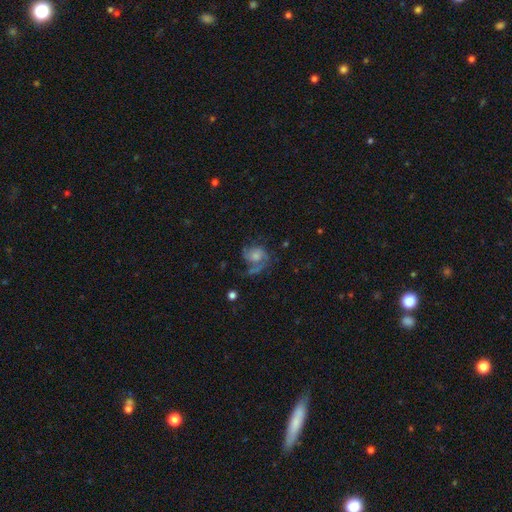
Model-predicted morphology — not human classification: featured or disk 67%, smooth 21%, star or artifact 12%. Down the decision tree: edge-on disk — no (97%); bar — no (72%); spiral arms — yes (88%); spiral arm count — 2 (43%); spiral winding — medium (45%); bulge size — moderate (42%); merging — none (48%).